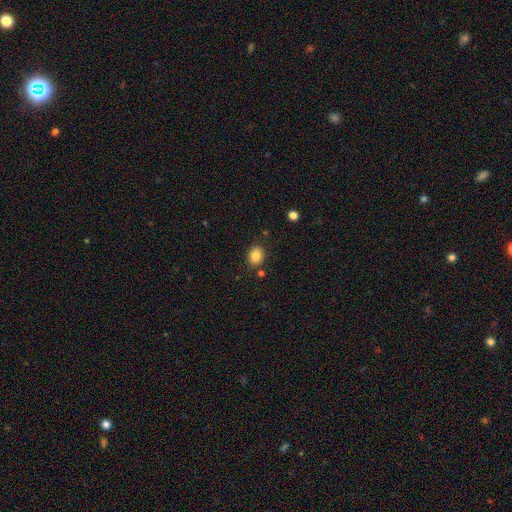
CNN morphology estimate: Overall: smooth (85%). How rounded: round (60%; in between 40%). Merging: none (85%).